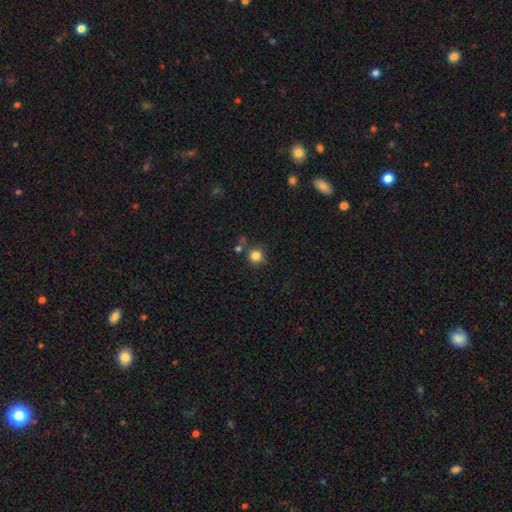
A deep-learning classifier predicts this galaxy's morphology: smooth 83%, star or artifact 12%, featured or disk 6%. Down the decision tree: how rounded — round (92%); merging — none (72%).